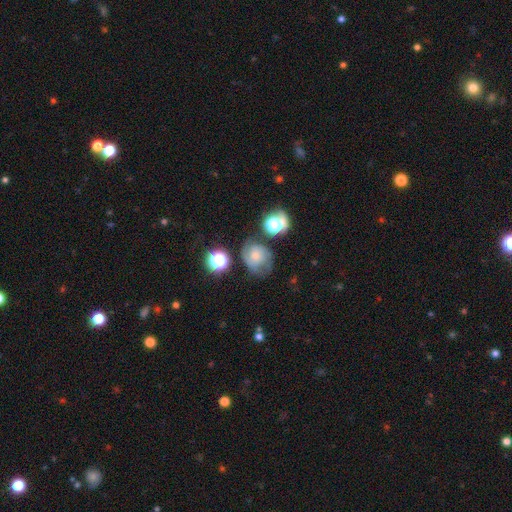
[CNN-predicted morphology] The model was most divided on "bulge size": small: 42%, moderate: 38%, none: 10%, large: 8%, dominant: 2%. More confident: edge-on disk — no (97%); spiral arms — yes (86%); bar — no (73%); smooth or featured — featured or disk (54%); merging — none (54%).